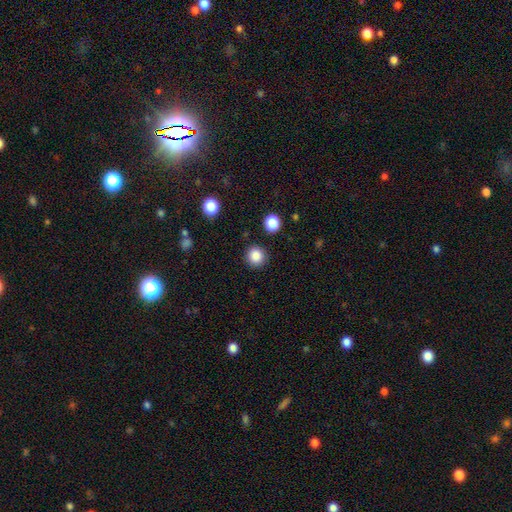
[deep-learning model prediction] Smooth or featured?
  - smooth: 86% *
  - star or artifact: 10%
  - featured or disk: 4%
How rounded?
  - round: 92% *
  - in between: 7%
  - cigar-shaped: 1%
Merging?
  - none: 89% *
  - minor disturbance: 6%
  - major disturbance: 2%
  - merger: 2%